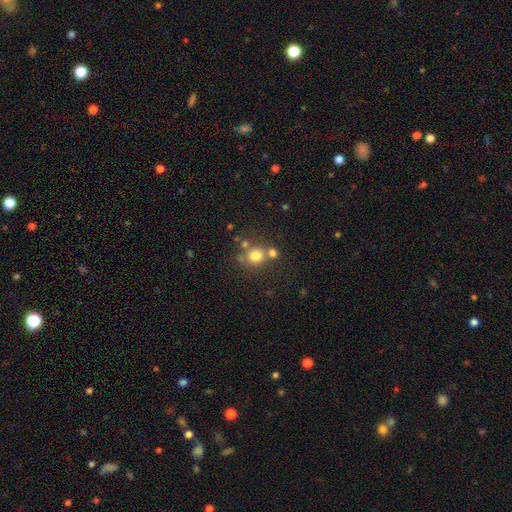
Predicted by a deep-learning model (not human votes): smooth-or-featured: smooth: 75% | star or artifact: 15% | featured or disk: 11%
  how-rounded: round: 88% | in between: 11% | cigar-shaped: 1%
  merging: none: 59% | merger: 28% | minor disturbance: 9% | major disturbance: 4%